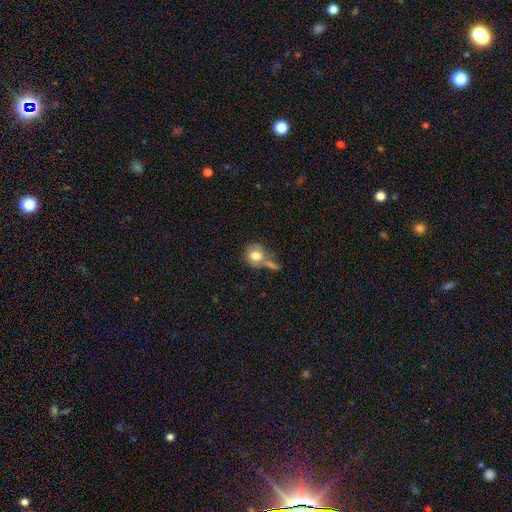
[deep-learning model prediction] A smooth galaxy with no disk features (74%) that is round (74%). Merging: none (41%).